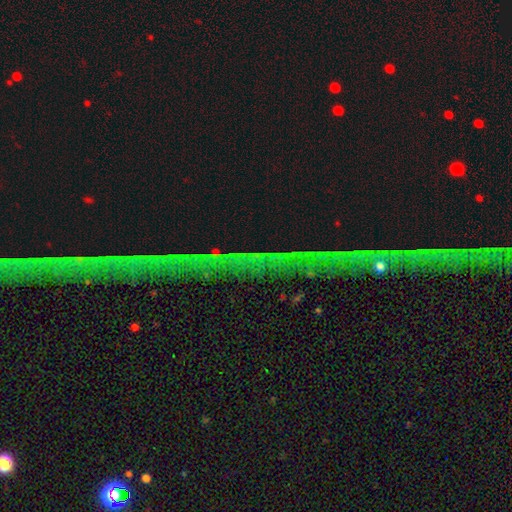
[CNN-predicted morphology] Smooth or featured: star or artifact — 77% (featured or disk — 14%)